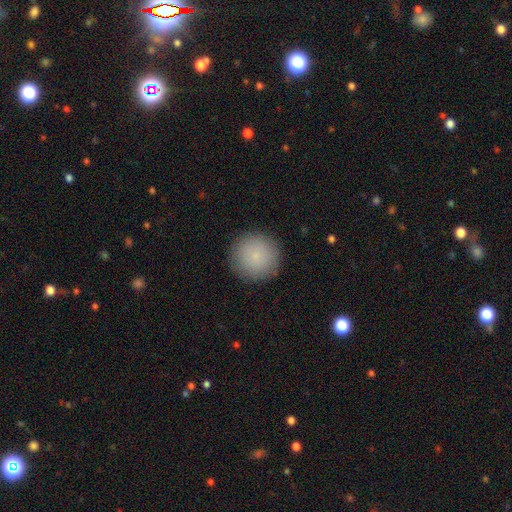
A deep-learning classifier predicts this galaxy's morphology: smooth_or_featured: smooth (p=0.84) [alt: featured or disk p=0.08]
how_rounded: round (p=0.95) [alt: in between p=0.04]
merging: none (p=0.90) [alt: minor disturbance p=0.07]